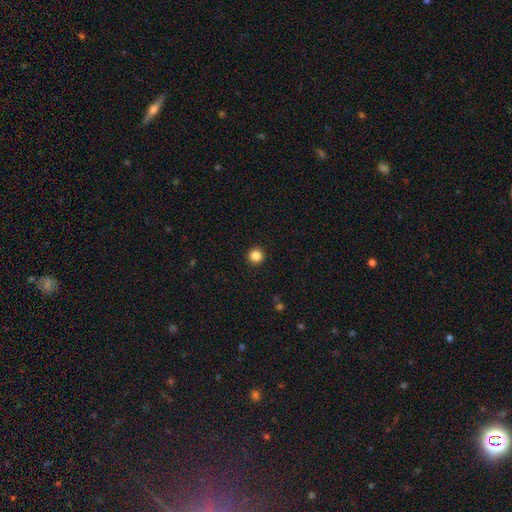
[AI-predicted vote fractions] smooth-or-featured: smooth: 85% | star or artifact: 11% | featured or disk: 4%
  how-rounded: round: 96% | in between: 3% | cigar-shaped: 1%
  merging: none: 94% | minor disturbance: 4% | major disturbance: 1% | merger: 1%